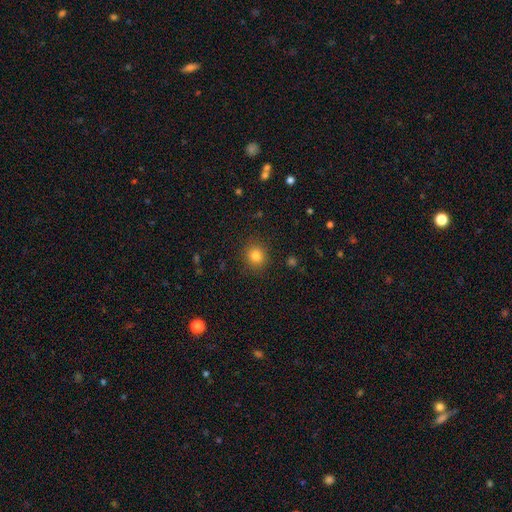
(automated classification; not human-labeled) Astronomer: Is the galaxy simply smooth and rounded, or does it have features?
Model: smooth — 82%.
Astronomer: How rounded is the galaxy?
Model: round — 86%.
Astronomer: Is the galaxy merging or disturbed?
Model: none — 90%.